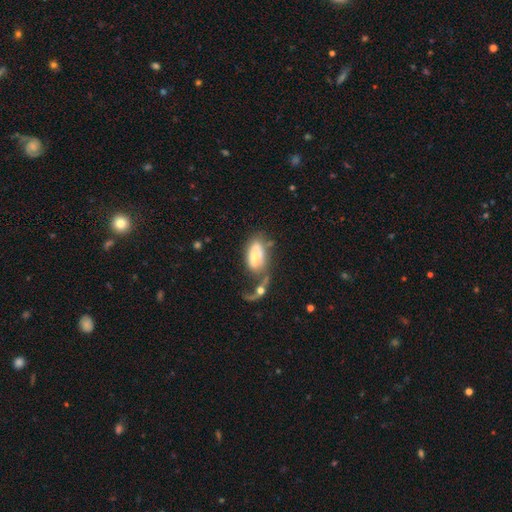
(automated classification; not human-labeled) Overall: smooth (63%; featured or disk 29%). How rounded: in between (92%). Merging: merger (29%, tied with none).